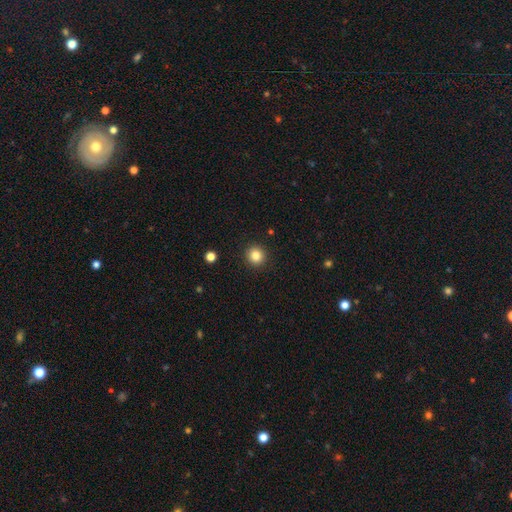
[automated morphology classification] Smooth or featured? smooth (84%)
How rounded? round (94%)
Merging? none (93%)